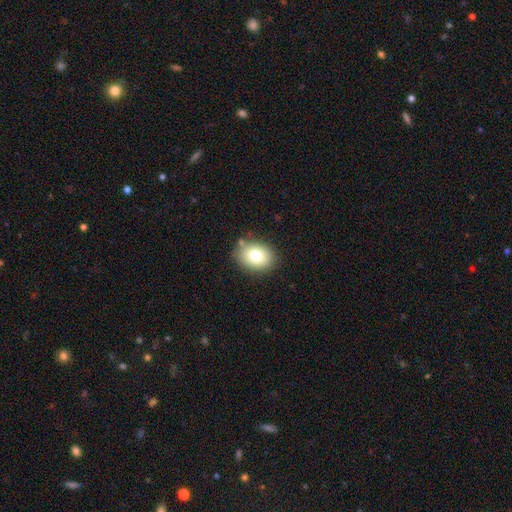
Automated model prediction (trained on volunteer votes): smooth-or-featured: smooth: 78% | featured or disk: 12% | star or artifact: 9%
  how-rounded: in between: 64% | round: 35% | cigar-shaped: 1%
  merging: none: 82% | minor disturbance: 12% | merger: 3% | major disturbance: 3%